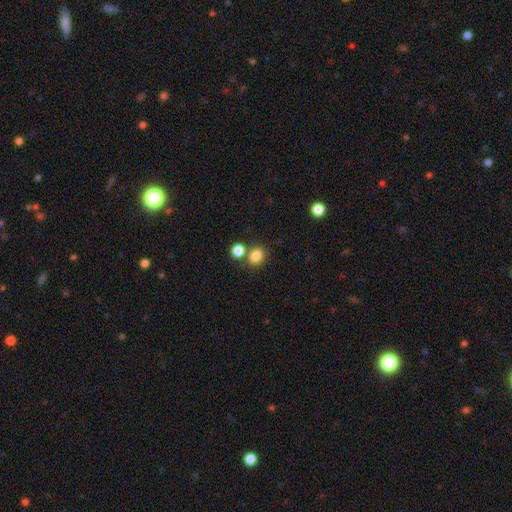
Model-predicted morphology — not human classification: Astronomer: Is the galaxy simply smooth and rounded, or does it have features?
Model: smooth — 83%.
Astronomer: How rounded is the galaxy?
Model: round — 66%.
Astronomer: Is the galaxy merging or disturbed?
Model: none — 66%.